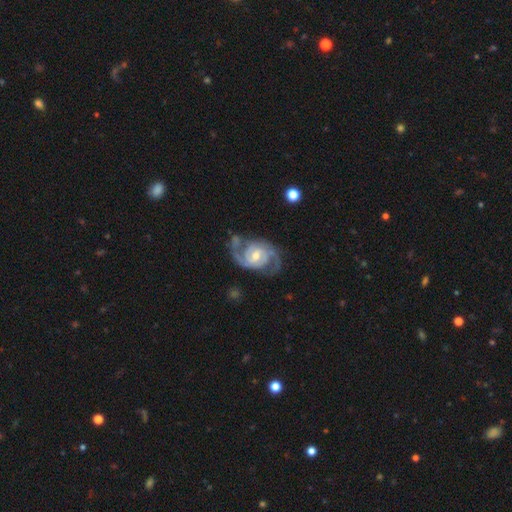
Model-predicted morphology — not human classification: This is clearly a featured or disk galaxy (92%). It is clearly not viewed edge-on (98%). Bar: possibly weak (47%). Spiral arm pattern: clearly yes (98%). Spiral arm count: clearly 2 (84%). Spiral winding: possibly medium (50%). Central bulge: possibly moderate (56%). Merging: likely none (73%).